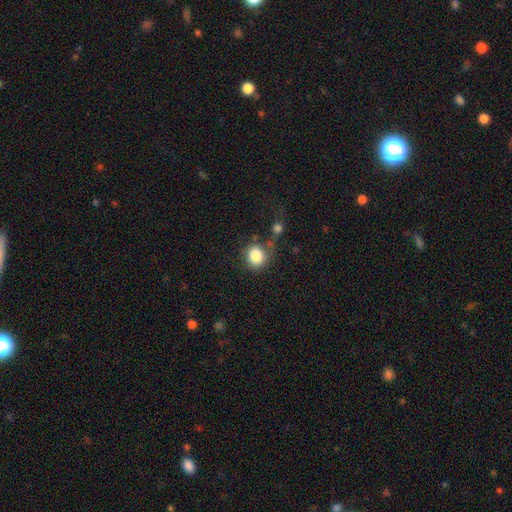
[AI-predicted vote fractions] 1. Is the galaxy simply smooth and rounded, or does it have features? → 85% smooth, 9% star or artifact, 6% featured or disk.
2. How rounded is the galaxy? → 82% round, 17% in between, 1% cigar-shaped.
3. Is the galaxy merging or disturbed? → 66% none, 16% minor disturbance, 11% merger, 8% major disturbance.